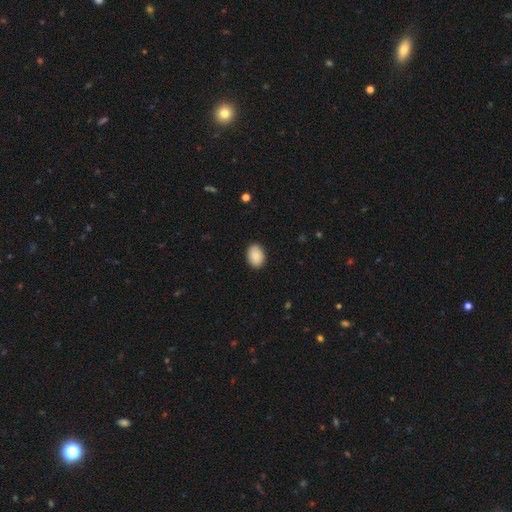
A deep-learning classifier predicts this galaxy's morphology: Overall: smooth (88%). How rounded: in between (79%). Merging: none (89%).